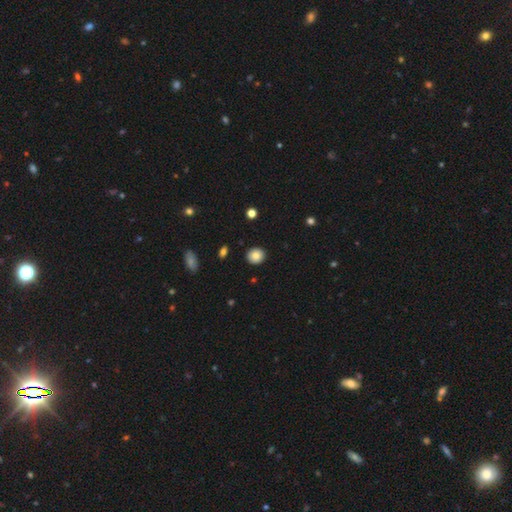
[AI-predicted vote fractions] This appears to be a smooth galaxy with no disk features (83%) that is round (85%). Merging: none (90%).